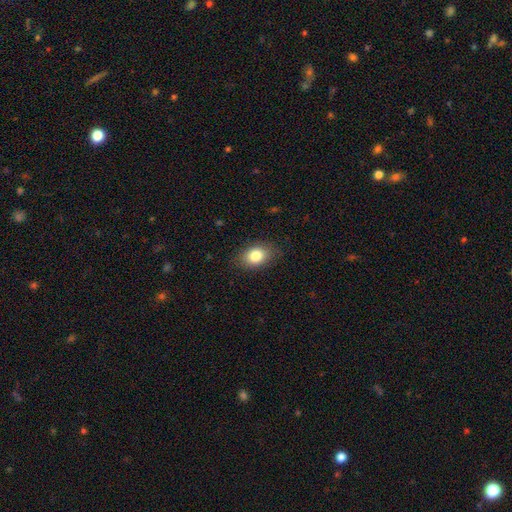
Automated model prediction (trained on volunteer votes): This is clearly a smooth galaxy (83%). How rounded: likely in between (78%). Merging: clearly none (84%).